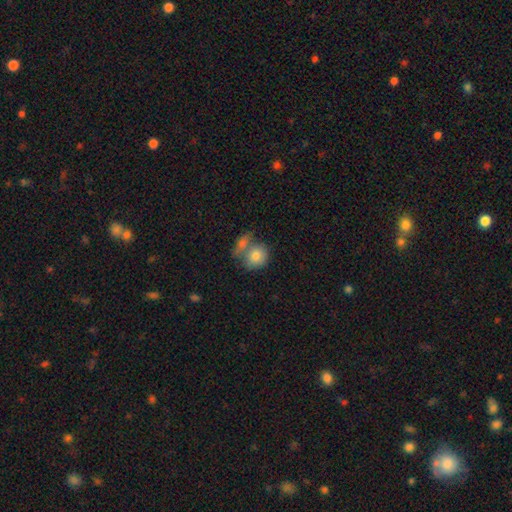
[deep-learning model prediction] Overall: smooth (78%). How rounded: round (75%). Merging: merger (49%; none 35%).